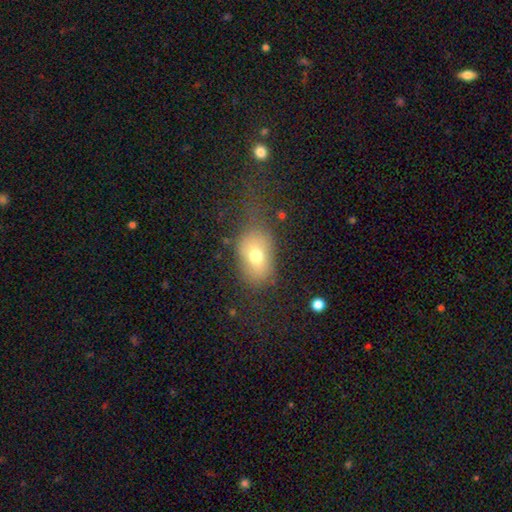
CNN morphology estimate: type=smooth (72%); roundness=in between (79%); merging=none (48%).